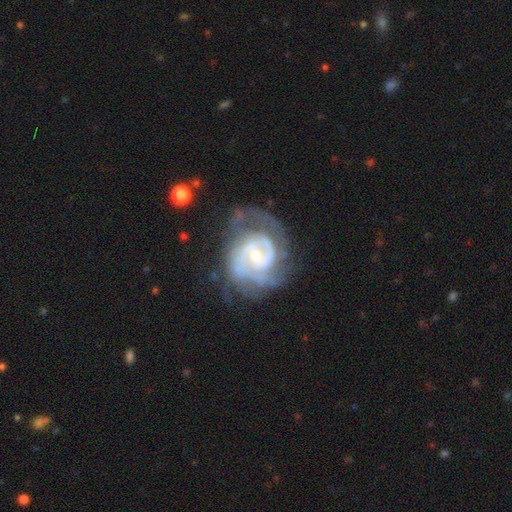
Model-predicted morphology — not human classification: smooth_or_featured: featured or disk (p=0.88) [alt: smooth p=0.07]
disk_edge_on: no (p=0.98) [alt: yes p=0.02]
bar: weak (p=0.46) [alt: no p=0.43]
has_spiral_arms: yes (p=0.95) [alt: no p=0.05]
spiral_winding: tight (p=0.55) [alt: medium p=0.37]
spiral_arm_count: 2 (p=0.54) [alt: can't tell p=0.20]
bulge_size: small (p=0.63) [alt: moderate p=0.30]
merging: none (p=0.57) [alt: minor disturbance p=0.23]